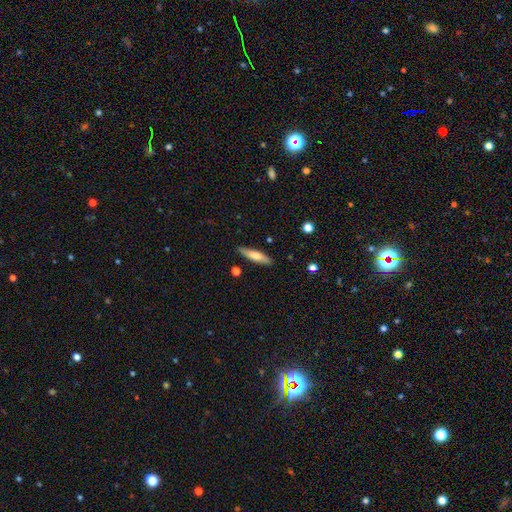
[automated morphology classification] Smooth or featured: smooth — 65% (featured or disk — 29%)
How rounded: cigar-shaped — 78% (in between — 21%)
Merging: none — 87% (minor disturbance — 10%)